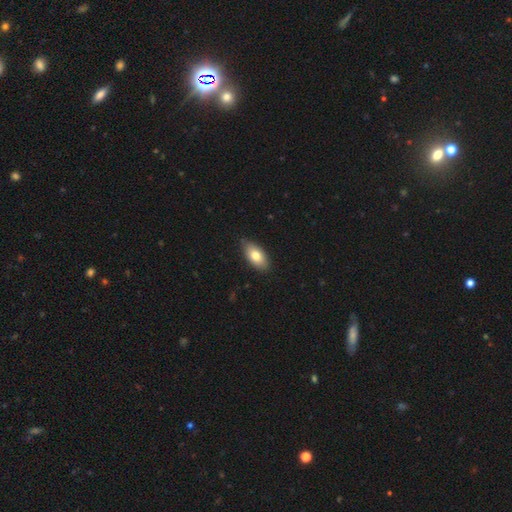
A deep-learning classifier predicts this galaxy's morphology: smooth_or_featured: smooth (p=0.78) [alt: featured or disk p=0.16]
how_rounded: in between (p=0.92) [alt: cigar-shaped p=0.05]
merging: none (p=0.81) [alt: minor disturbance p=0.16]